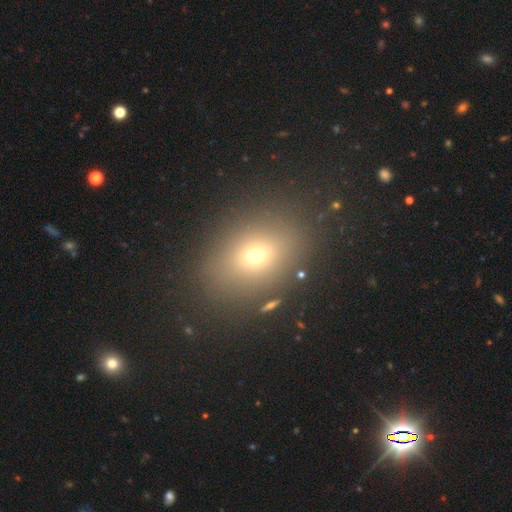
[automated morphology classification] Smooth or featured?
  - smooth: 64% *
  - star or artifact: 22%
  - featured or disk: 14%
How rounded?
  - in between: 64% *
  - round: 34%
  - cigar-shaped: 2%
Merging?
  - none: 84% *
  - minor disturbance: 9%
  - major disturbance: 4%
  - merger: 2%